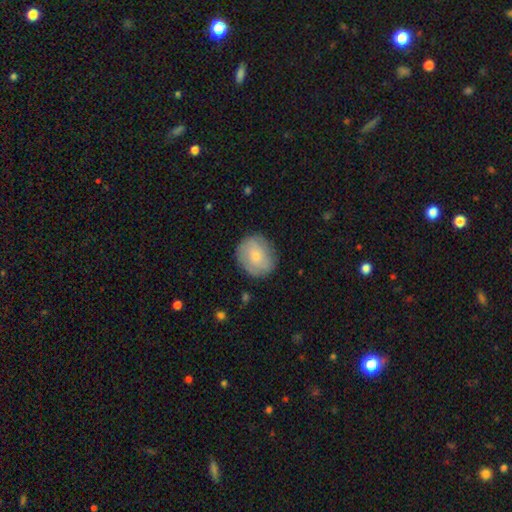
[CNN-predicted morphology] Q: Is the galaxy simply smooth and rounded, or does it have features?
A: smooth — 59%.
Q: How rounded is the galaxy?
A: round — 75%.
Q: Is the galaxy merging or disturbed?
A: none — 80%.